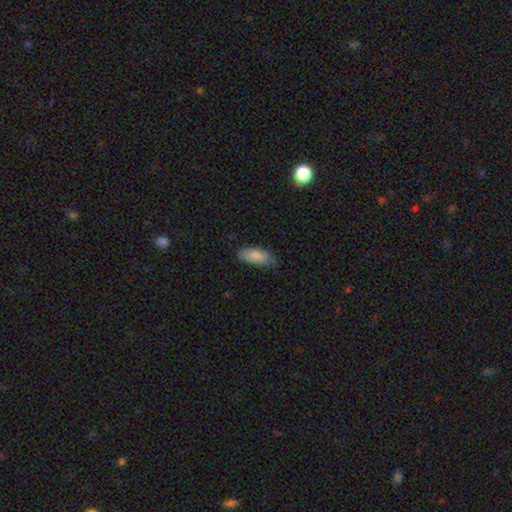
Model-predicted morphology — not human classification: Q: Smooth or featured?
A: smooth (86%); runner-up: featured or disk (8%)
Q: How rounded?
A: in between (81%); runner-up: cigar-shaped (17%)
Q: Merging?
A: none (75%); runner-up: minor disturbance (21%)